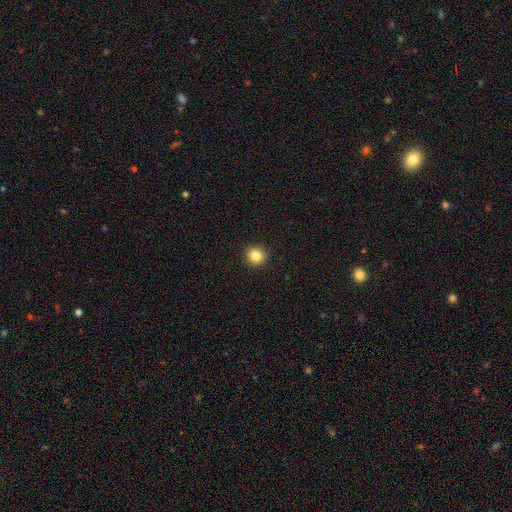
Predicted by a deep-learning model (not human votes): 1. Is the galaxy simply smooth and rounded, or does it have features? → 84% smooth, 11% star or artifact, 6% featured or disk.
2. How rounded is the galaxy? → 93% round, 6% in between, 1% cigar-shaped.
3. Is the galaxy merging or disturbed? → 93% none, 5% minor disturbance, 2% major disturbance, 1% merger.